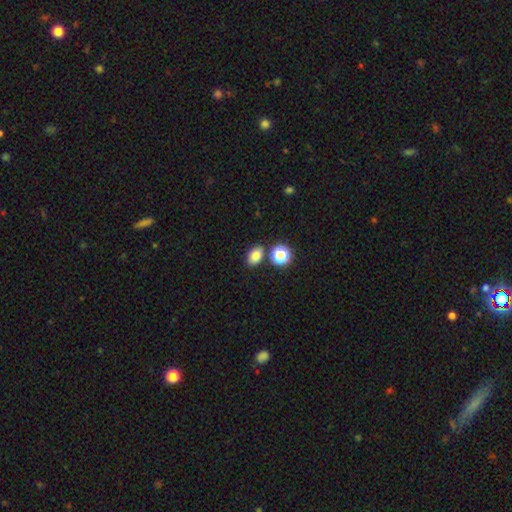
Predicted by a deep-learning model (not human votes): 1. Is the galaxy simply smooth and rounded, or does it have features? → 80% smooth, 14% star or artifact, 6% featured or disk.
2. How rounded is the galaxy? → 71% in between, 27% round, 1% cigar-shaped.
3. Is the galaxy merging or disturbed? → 78% none, 10% minor disturbance, 9% merger, 3% major disturbance.